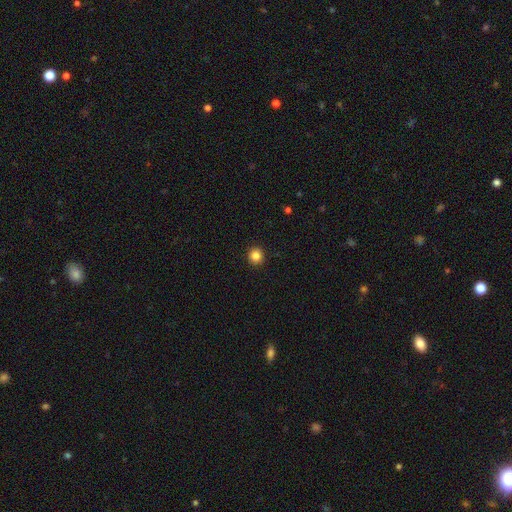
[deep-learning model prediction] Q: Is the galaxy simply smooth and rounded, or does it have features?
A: smooth — 85%.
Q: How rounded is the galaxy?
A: round — 93%.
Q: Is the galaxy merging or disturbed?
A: none — 93%.